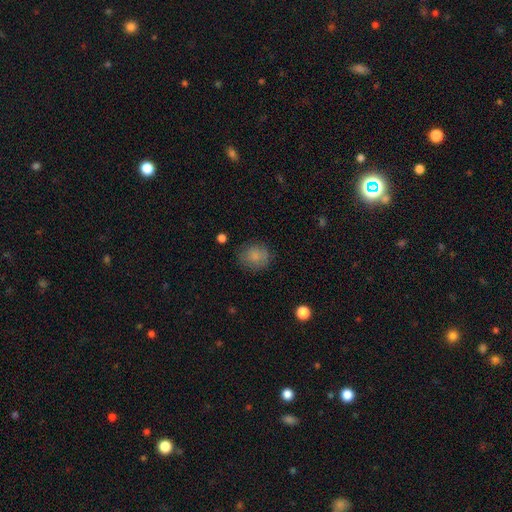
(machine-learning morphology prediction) This appears to be a smooth galaxy with no disk features (82%) that is round (80%). Merging: none (77%).